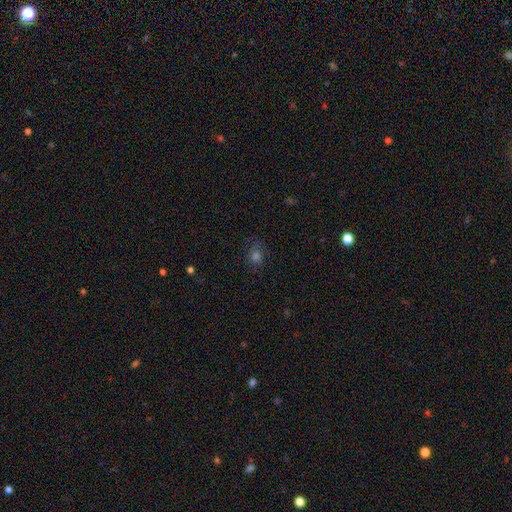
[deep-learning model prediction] A smooth galaxy with no disk features (63%) that is round (63%).

Vote fractions:
- Smooth or featured? smooth: 63% / star or artifact: 27% / featured or disk: 10%
- How rounded? round: 63% / in between: 35% / cigar-shaped: 1%
- Merging? none: 74% / minor disturbance: 17% / major disturbance: 7% / merger: 2%